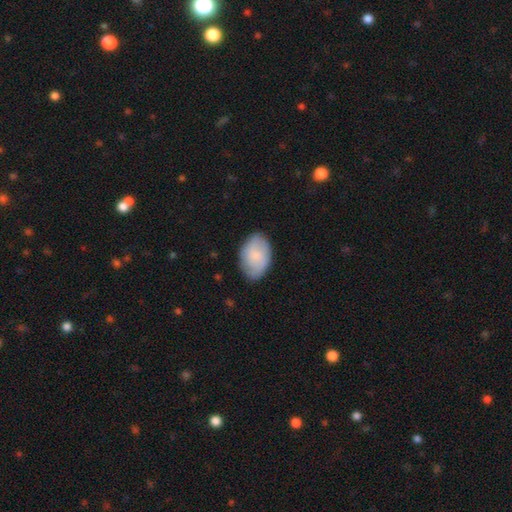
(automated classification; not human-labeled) Smooth or featured? Predicted: smooth (p=0.73). How rounded? Predicted: in between (p=0.88). Merging? Predicted: none (p=0.80).